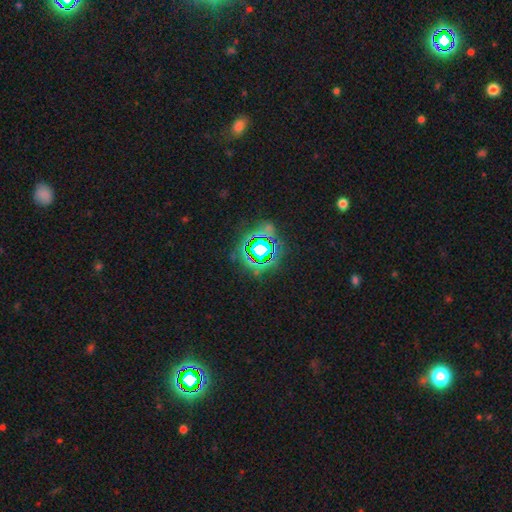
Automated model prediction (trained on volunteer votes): Smooth or featured? star or artifact (72%)